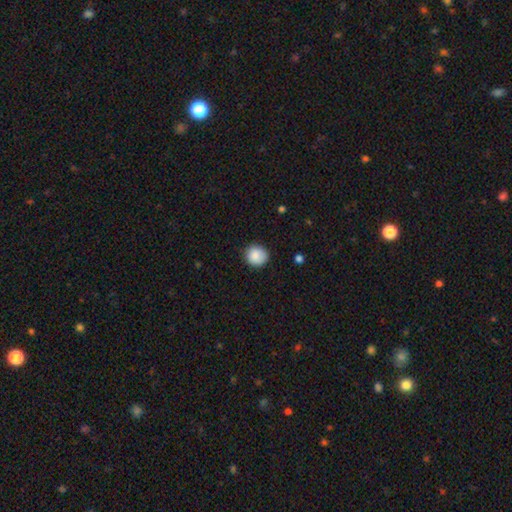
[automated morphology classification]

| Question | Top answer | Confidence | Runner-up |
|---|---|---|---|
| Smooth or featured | smooth | 88% | star or artifact (8%) |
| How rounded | round | 89% | in between (10%) |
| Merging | none | 86% | minor disturbance (11%) |